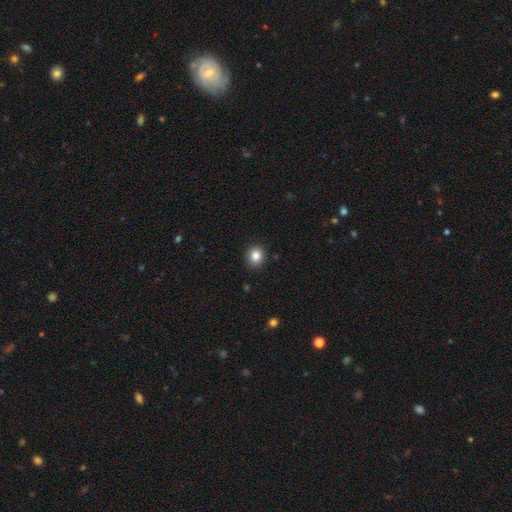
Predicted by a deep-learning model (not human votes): This appears to be a smooth galaxy with no disk features (85%) that is round (82%). Merging: none (91%).